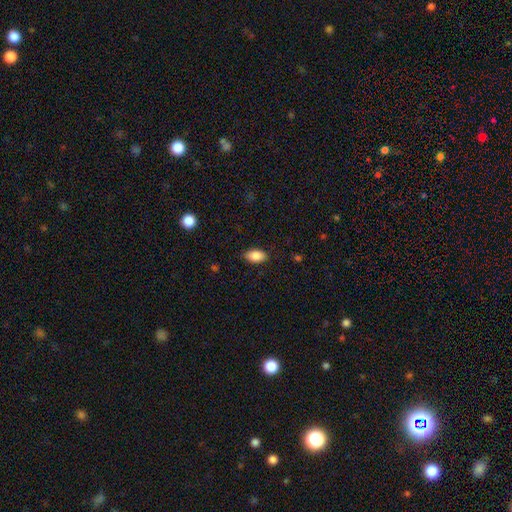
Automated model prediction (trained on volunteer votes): Smooth or featured?
  - smooth: 88% *
  - star or artifact: 7%
  - featured or disk: 5%
How rounded?
  - in between: 92% *
  - round: 6%
  - cigar-shaped: 2%
Merging?
  - none: 84% *
  - minor disturbance: 13%
  - major disturbance: 3%
  - merger: 1%